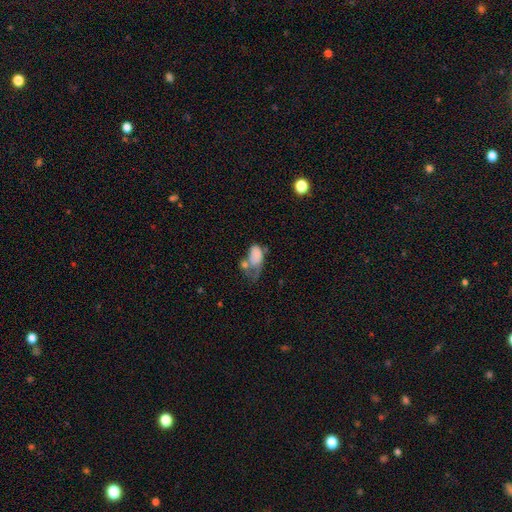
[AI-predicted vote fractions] Smooth or featured: smooth — 69% (featured or disk — 22%)
How rounded: in between — 89% (round — 9%)
Merging: major disturbance — 39% (merger — 28%)